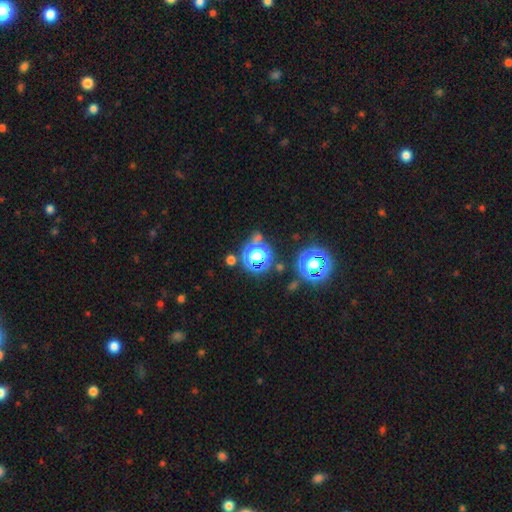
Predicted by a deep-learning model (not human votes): smooth-or-featured: star or artifact: 73% | smooth: 20% | featured or disk: 7%